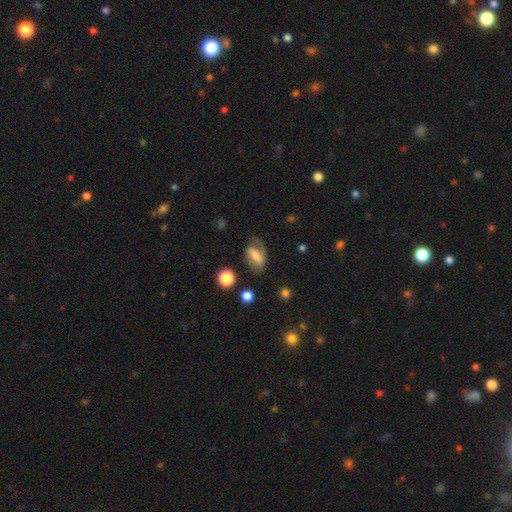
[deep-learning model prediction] Smooth or featured? Predicted: smooth (p=0.48). Merging? Predicted: none (p=0.56).